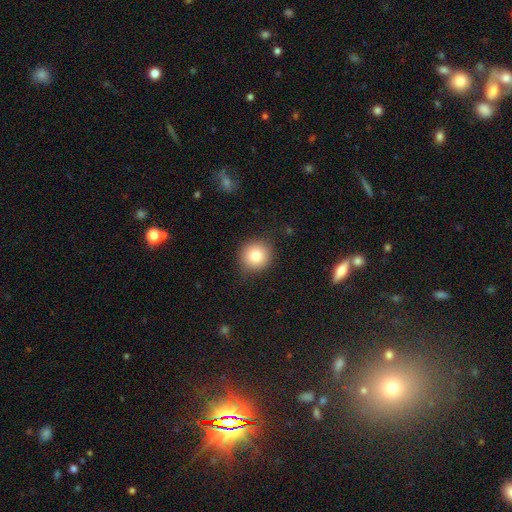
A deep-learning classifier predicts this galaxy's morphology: Q: Smooth or featured?
A: smooth (81%); runner-up: star or artifact (10%)
Q: How rounded?
A: round (91%); runner-up: in between (8%)
Q: Merging?
A: none (86%); runner-up: minor disturbance (10%)